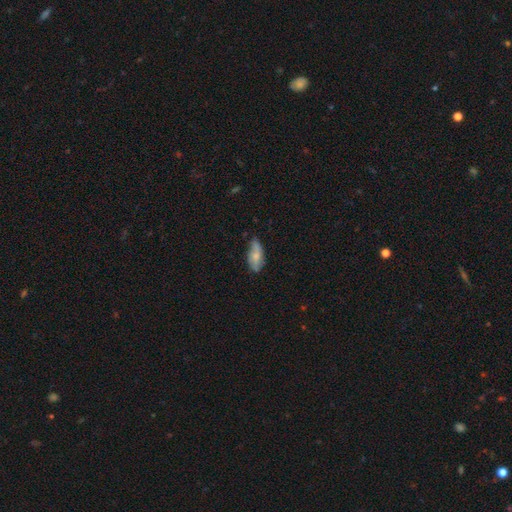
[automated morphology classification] smooth_or_featured: smooth (p=0.61) [alt: featured or disk p=0.32]
how_rounded: in between (p=0.83) [alt: cigar-shaped p=0.14]
merging: none (p=0.59) [alt: minor disturbance p=0.32]